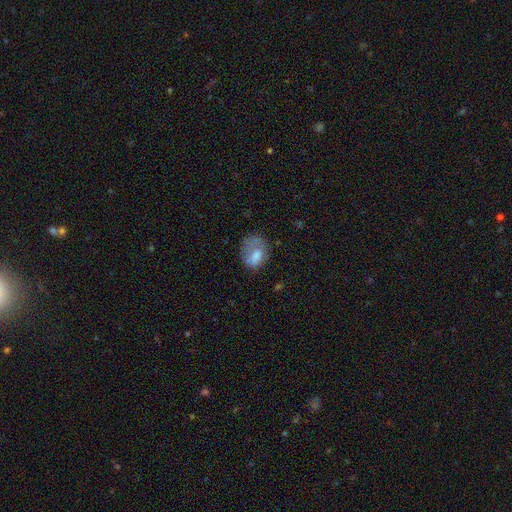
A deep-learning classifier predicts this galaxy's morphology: smooth_or_featured: smooth (p=0.60) [alt: featured or disk p=0.30]
how_rounded: in between (p=0.64) [alt: round p=0.34]
merging: none (p=0.40) [alt: major disturbance p=0.29]